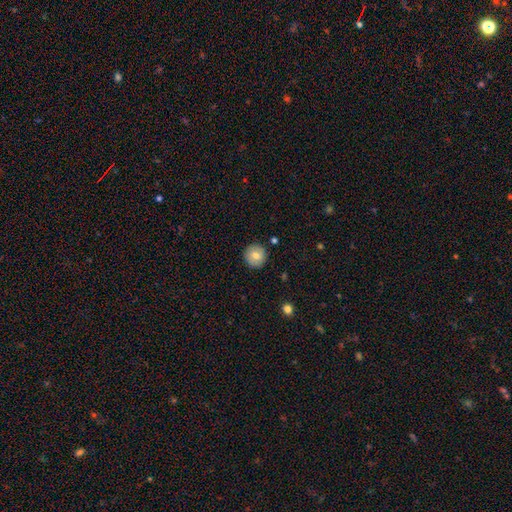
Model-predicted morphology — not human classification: Smooth or featured: smooth — 75% (featured or disk — 17%)
How rounded: round — 93% (in between — 6%)
Merging: none — 89% (minor disturbance — 8%)